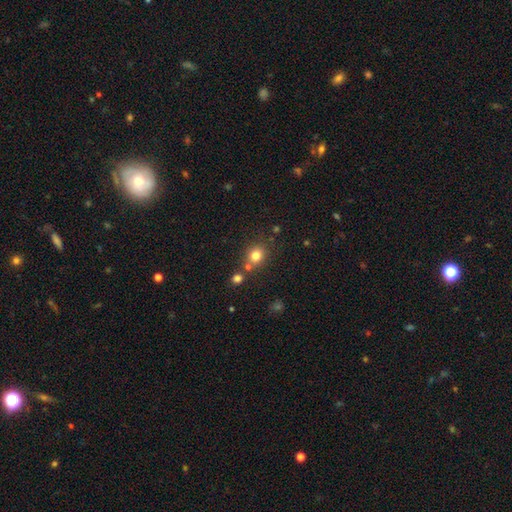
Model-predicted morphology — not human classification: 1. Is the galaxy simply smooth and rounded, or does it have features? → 79% smooth, 14% star or artifact, 8% featured or disk.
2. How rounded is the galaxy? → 74% round, 25% in between, 1% cigar-shaped.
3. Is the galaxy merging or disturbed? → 65% none, 20% merger, 11% minor disturbance, 4% major disturbance.